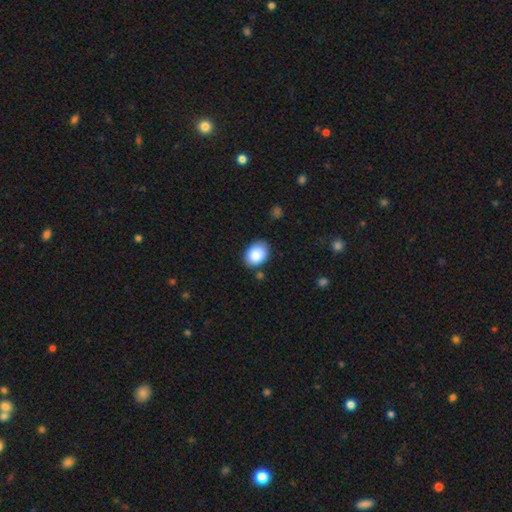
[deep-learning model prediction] The model was most divided on "how rounded": in between: 74%, round: 25%, cigar-shaped: 1%. More confident: smooth or featured — smooth (88%); merging — none (80%).